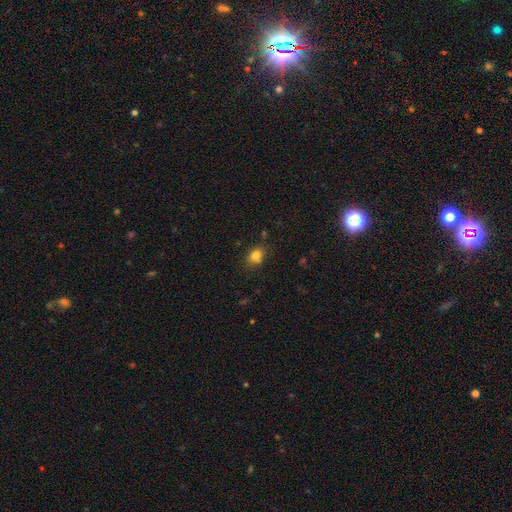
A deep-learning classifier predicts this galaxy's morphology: The model was most divided on "how rounded": in between: 59%, round: 40%, cigar-shaped: 1%. More confident: smooth or featured — smooth (79%); merging — none (75%).